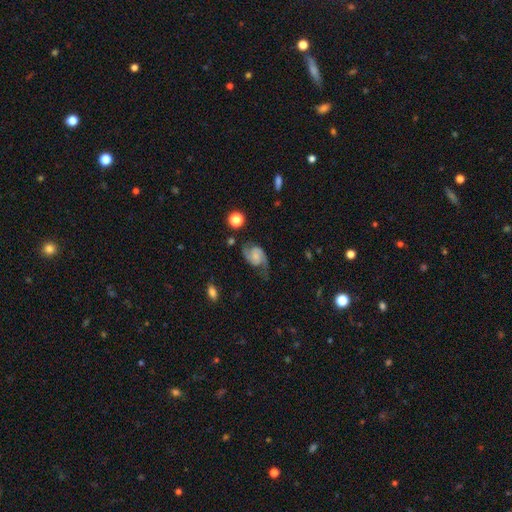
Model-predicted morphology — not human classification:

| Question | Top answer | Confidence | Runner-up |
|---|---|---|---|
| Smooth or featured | featured or disk | 81% | smooth (12%) |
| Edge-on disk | no | 98% | yes (2%) |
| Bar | no | 62% | weak (32%) |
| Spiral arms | yes | 96% | no (4%) |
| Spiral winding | medium | 49% | loose (33%) |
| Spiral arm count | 2 | 91% | can't tell (3%) |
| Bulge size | small | 45% | moderate (26%) |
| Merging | none | 63% | minor disturbance (22%) |